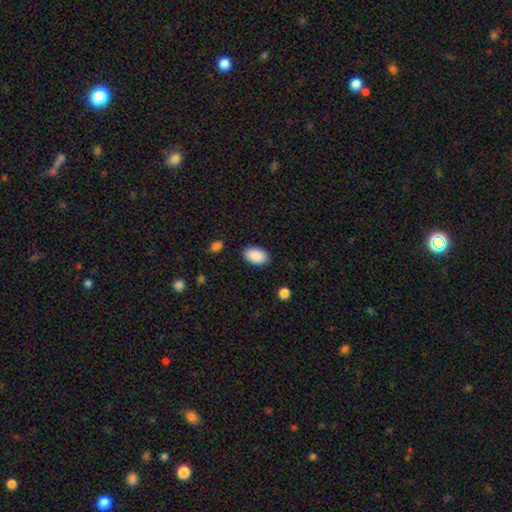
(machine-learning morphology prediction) Q: Smooth or featured?
A: smooth (91%); runner-up: star or artifact (6%)
Q: How rounded?
A: in between (93%); runner-up: round (6%)
Q: Merging?
A: none (89%); runner-up: minor disturbance (8%)